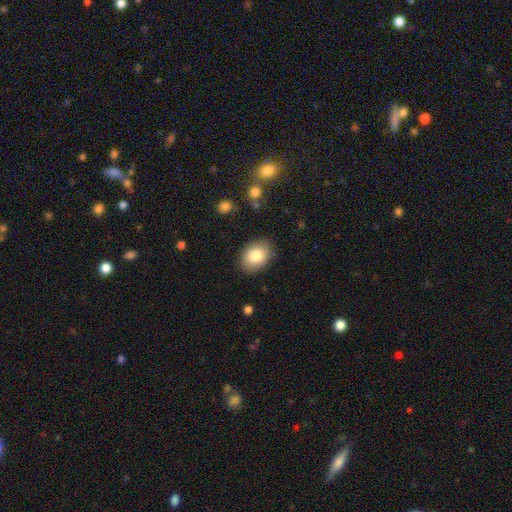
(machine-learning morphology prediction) The model was most divided on "how rounded": in between: 74%, round: 25%, cigar-shaped: 1%. More confident: merging — none (86%); smooth or featured — smooth (83%).